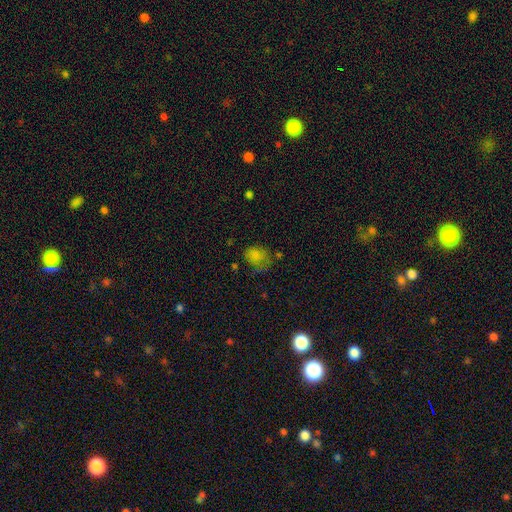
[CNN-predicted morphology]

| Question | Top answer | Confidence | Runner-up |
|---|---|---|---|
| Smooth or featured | smooth | 77% | star or artifact (14%) |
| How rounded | in between | 50% | round (49%) |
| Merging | none | 46% | minor disturbance (30%) |